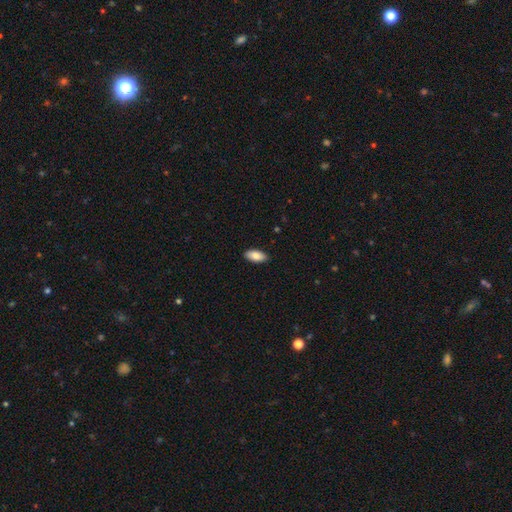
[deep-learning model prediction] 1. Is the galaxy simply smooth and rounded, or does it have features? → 85% smooth, 9% featured or disk, 6% star or artifact.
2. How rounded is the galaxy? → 91% in between, 7% cigar-shaped, 2% round.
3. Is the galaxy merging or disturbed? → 89% none, 8% minor disturbance, 2% major disturbance, 1% merger.